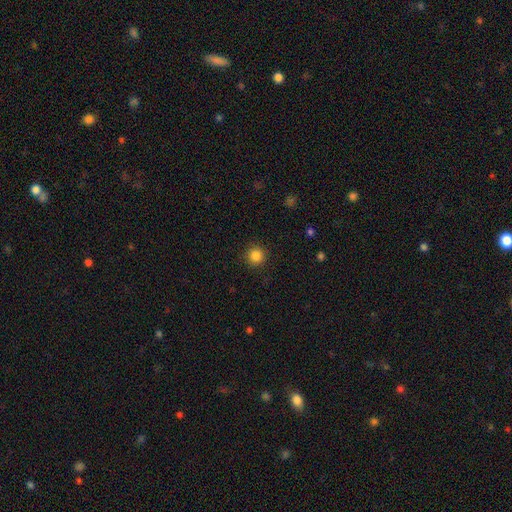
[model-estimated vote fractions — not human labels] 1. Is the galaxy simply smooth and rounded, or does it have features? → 85% smooth, 11% star or artifact, 4% featured or disk.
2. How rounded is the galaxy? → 95% round, 4% in between, 1% cigar-shaped.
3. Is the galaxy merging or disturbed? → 91% none, 5% minor disturbance, 2% major disturbance, 1% merger.